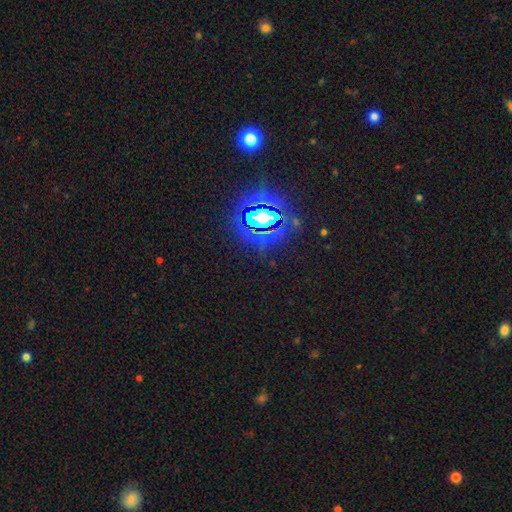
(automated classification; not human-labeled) The model was most divided on "smooth or featured": star or artifact: 82%, smooth: 11%, featured or disk: 8%.